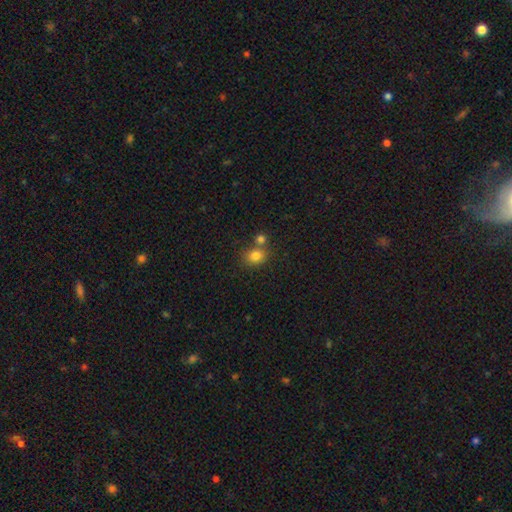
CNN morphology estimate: smooth-or-featured: smooth: 81% | star or artifact: 12% | featured or disk: 7%
  how-rounded: round: 69% | in between: 30% | cigar-shaped: 1%
  merging: none: 57% | merger: 30% | minor disturbance: 10% | major disturbance: 3%